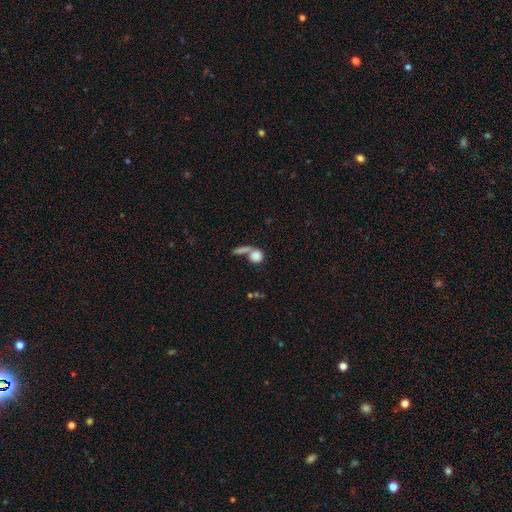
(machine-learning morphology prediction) Overall: smooth (81%). How rounded: round (80%). Merging: merger (42%; none 39%).